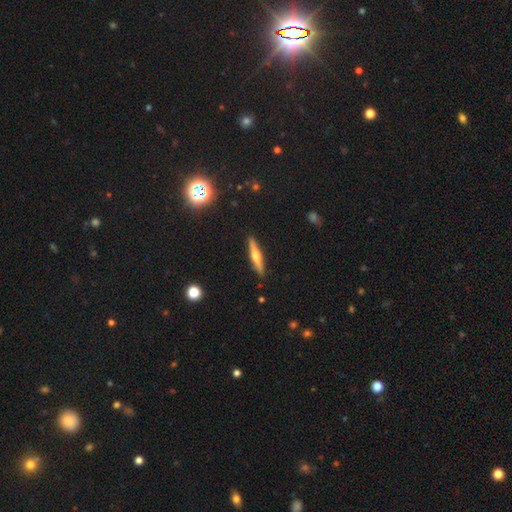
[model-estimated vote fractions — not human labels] The model was most divided on "smooth or featured": featured or disk: 62%, smooth: 32%, star or artifact: 7%. More confident: edge-on disk — yes (96%); edge-on bulge — rounded (92%); merging — none (91%).